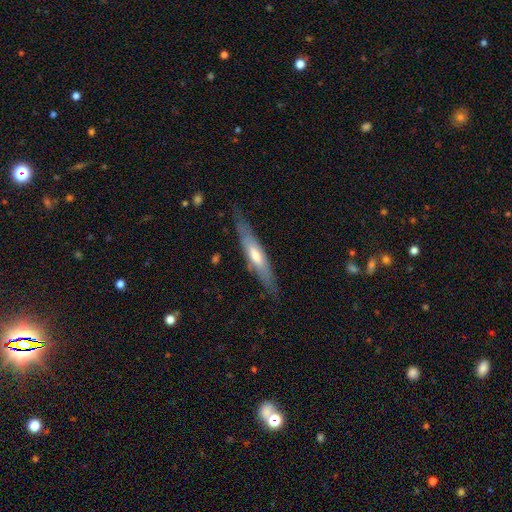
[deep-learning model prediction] smooth_or_featured: featured or disk (p=0.48) [alt: smooth p=0.46]
merging: none (p=0.76) [alt: minor disturbance p=0.17]